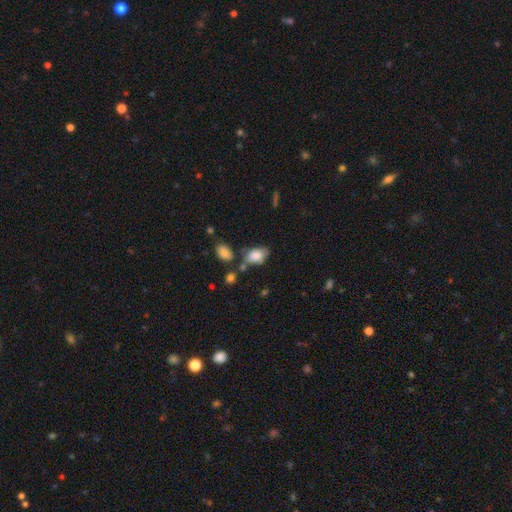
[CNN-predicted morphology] smooth 82%, featured or disk 10%, star or artifact 8%. Down the decision tree: how rounded — in between (90%); merging — none (54%).